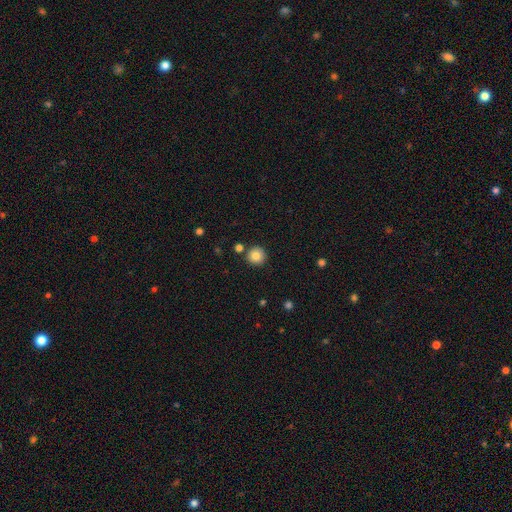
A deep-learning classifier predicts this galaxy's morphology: smooth 84%, star or artifact 10%, featured or disk 7%. Down the decision tree: how rounded — round (95%); merging — none (87%).